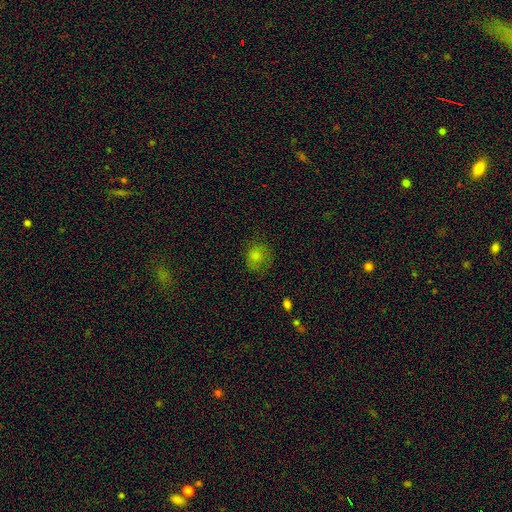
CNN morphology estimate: A smooth galaxy with no disk features (69%) that is round (79%).

Vote fractions:
- Smooth or featured? smooth: 69% / star or artifact: 19% / featured or disk: 11%
- How rounded? round: 79% / in between: 20% / cigar-shaped: 1%
- Merging? none: 72% / minor disturbance: 19% / major disturbance: 8% / merger: 2%